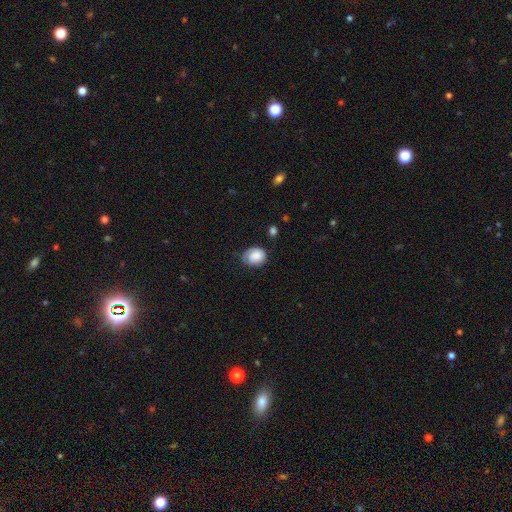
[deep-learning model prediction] smooth-or-featured: smooth: 82% | featured or disk: 10% | star or artifact: 8%
  how-rounded: round: 55% | in between: 44% | cigar-shaped: 1%
  merging: none: 64% | minor disturbance: 27% | major disturbance: 7% | merger: 2%